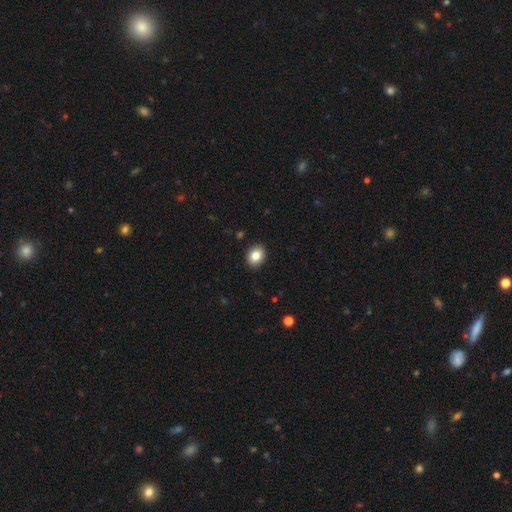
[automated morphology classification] smooth-or-featured: smooth: 84% | star or artifact: 9% | featured or disk: 8%
  how-rounded: in between: 52% | round: 47% | cigar-shaped: 1%
  merging: none: 91% | minor disturbance: 6% | major disturbance: 2% | merger: 1%